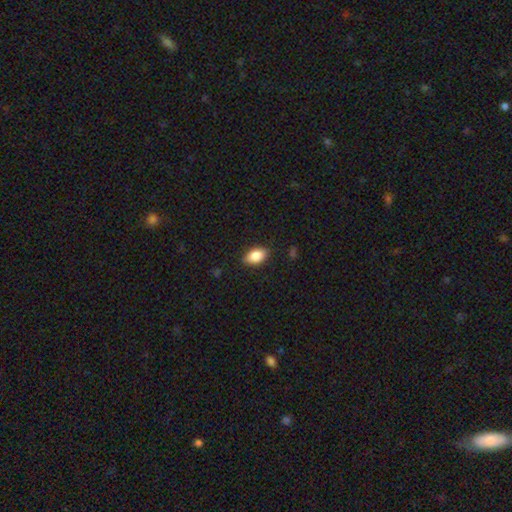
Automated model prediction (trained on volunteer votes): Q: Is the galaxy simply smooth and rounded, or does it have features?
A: smooth — 87%.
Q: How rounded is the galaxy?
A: in between — 91%.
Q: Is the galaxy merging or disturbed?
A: none — 85%.